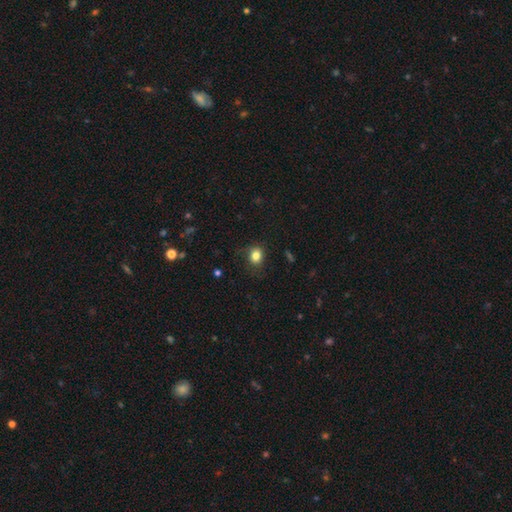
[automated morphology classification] type=smooth (83%); roundness=round (65%); merging=none (77%).